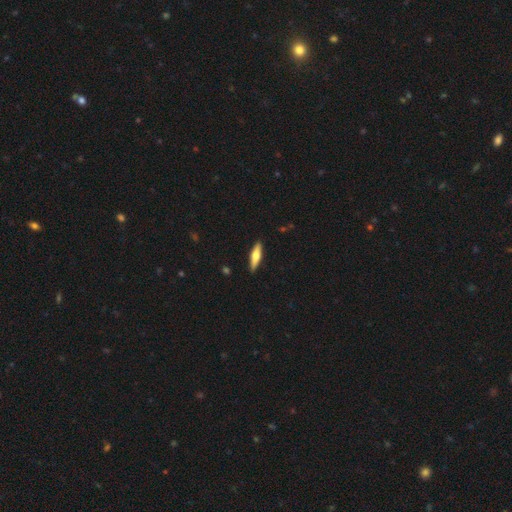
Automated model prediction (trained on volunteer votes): Smooth or featured? Predicted: smooth (p=0.57). How rounded? Predicted: cigar-shaped (p=0.68). Merging? Predicted: none (p=0.90).